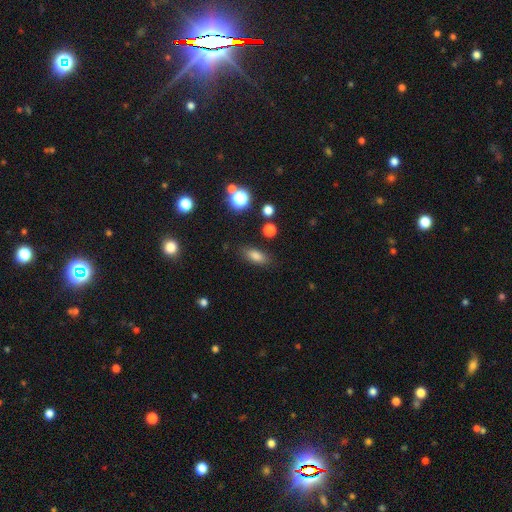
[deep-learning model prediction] Smooth or featured: smooth — 79% (star or artifact — 12%)
How rounded: in between — 76% (cigar-shaped — 17%)
Merging: none — 84% (minor disturbance — 11%)